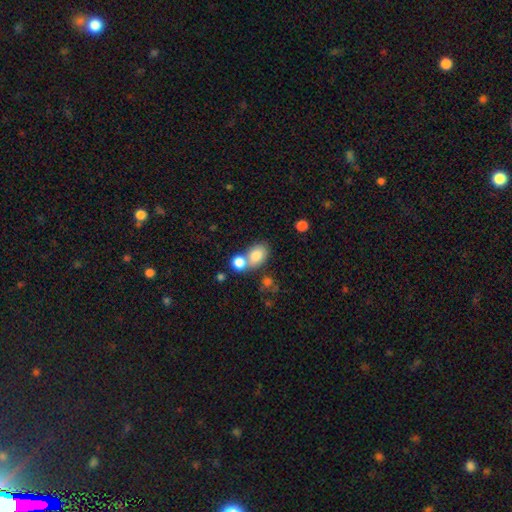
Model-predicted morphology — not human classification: Smooth or featured? Predicted: smooth (p=0.81). How rounded? Predicted: in between (p=0.70). Merging? Predicted: merger (p=0.46).